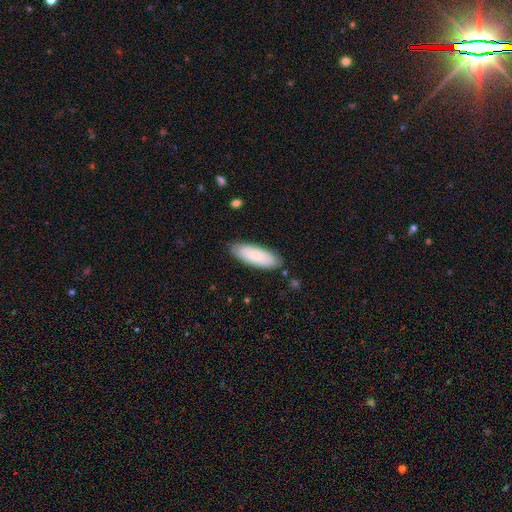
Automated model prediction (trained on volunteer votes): Q: Smooth or featured?
A: smooth (74%); runner-up: featured or disk (21%)
Q: How rounded?
A: in between (71%); runner-up: cigar-shaped (27%)
Q: Merging?
A: none (83%); runner-up: minor disturbance (13%)